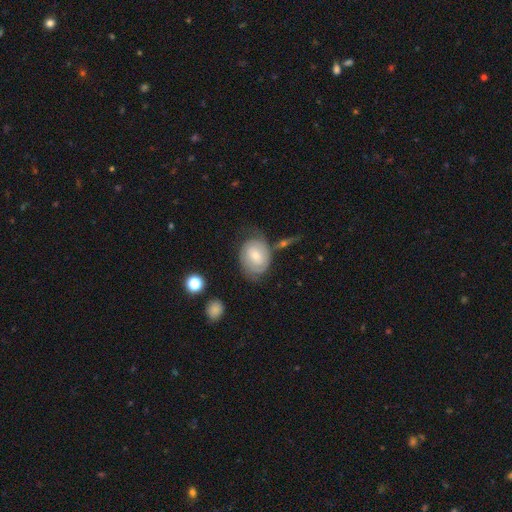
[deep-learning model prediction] smooth-or-featured: featured or disk: 59% | smooth: 34% | star or artifact: 7%
  disk-edge-on: no: 96% | yes: 4%
    bar: no: 60% | weak: 34% | strong: 6%
    has-spiral-arms: yes: 85% | no: 15%
    bulge-size: small: 47% | moderate: 44% | large: 5% | none: 3% | dominant: 1%
  merging: none: 57% | minor disturbance: 22% | major disturbance: 13% | merger: 7%